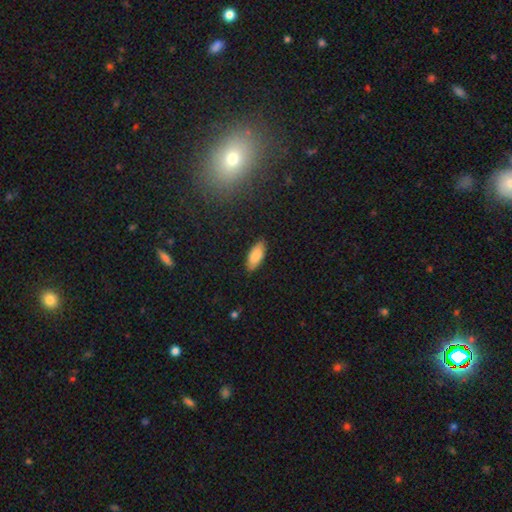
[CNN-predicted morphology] smooth 86%, featured or disk 8%, star or artifact 6%. Down the decision tree: how rounded — in between (83%); merging — none (86%).